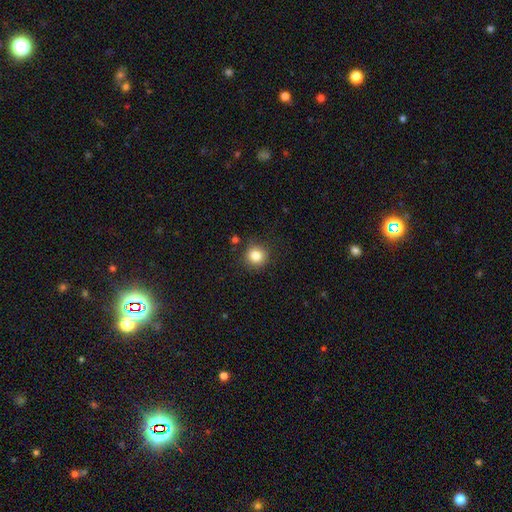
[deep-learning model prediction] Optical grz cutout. It shows a smooth galaxy with no disk features (83%) that is round (92%). Merging: none (87%).